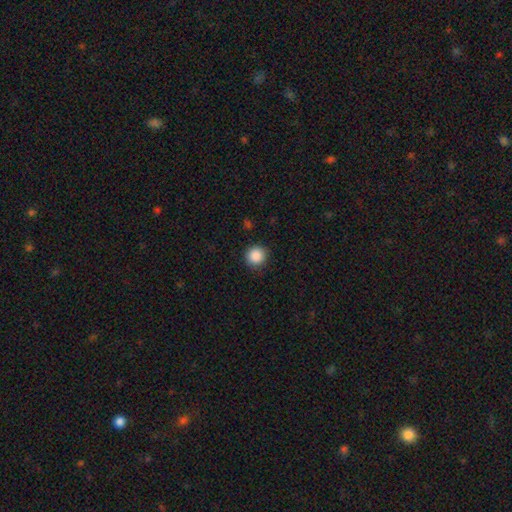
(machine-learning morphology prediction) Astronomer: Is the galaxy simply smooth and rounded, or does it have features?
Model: smooth — 88%.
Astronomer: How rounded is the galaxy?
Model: round — 95%.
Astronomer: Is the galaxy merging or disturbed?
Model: none — 90%.